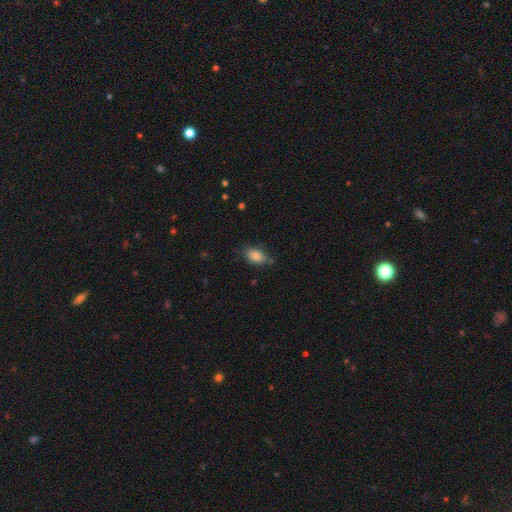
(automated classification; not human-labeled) Q: Smooth or featured?
A: smooth (85%); runner-up: star or artifact (8%)
Q: How rounded?
A: in between (87%); runner-up: round (11%)
Q: Merging?
A: none (74%); runner-up: minor disturbance (19%)